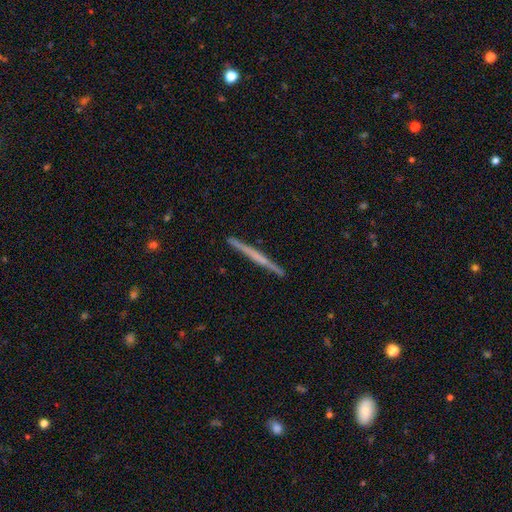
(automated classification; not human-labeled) Smooth or featured: featured or disk — 57% (smooth — 37%)
Edge-on disk: yes — 98% (no — 2%)
Edge-on bulge: none — 77% (rounded — 16%)
Merging: none — 92% (minor disturbance — 6%)